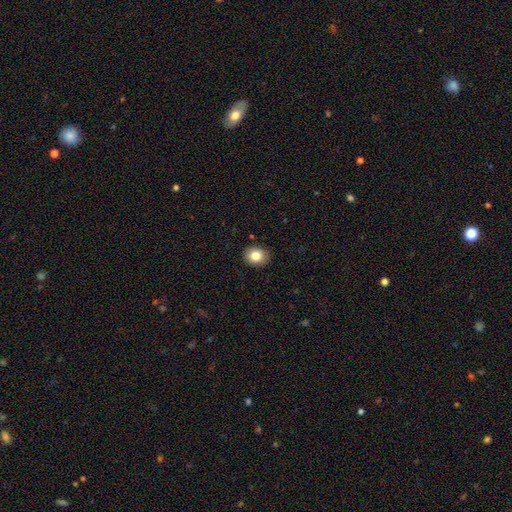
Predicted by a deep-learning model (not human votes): smooth-or-featured: smooth: 83% | star or artifact: 10% | featured or disk: 8%
  how-rounded: round: 58% | in between: 41% | cigar-shaped: 1%
  merging: none: 90% | minor disturbance: 7% | major disturbance: 2% | merger: 1%